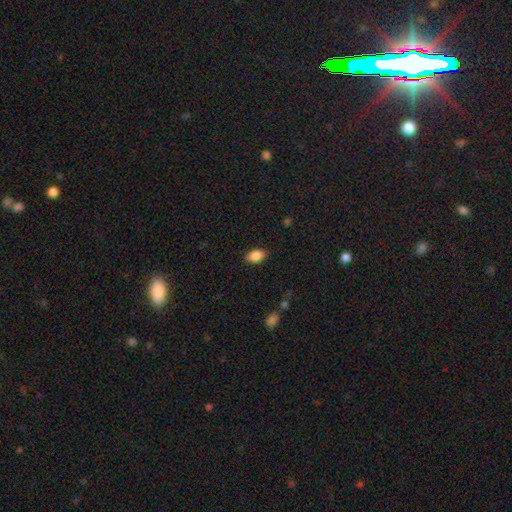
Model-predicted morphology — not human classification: Smooth or featured? Predicted: smooth (p=0.86). How rounded? Predicted: in between (p=0.90). Merging? Predicted: none (p=0.85).